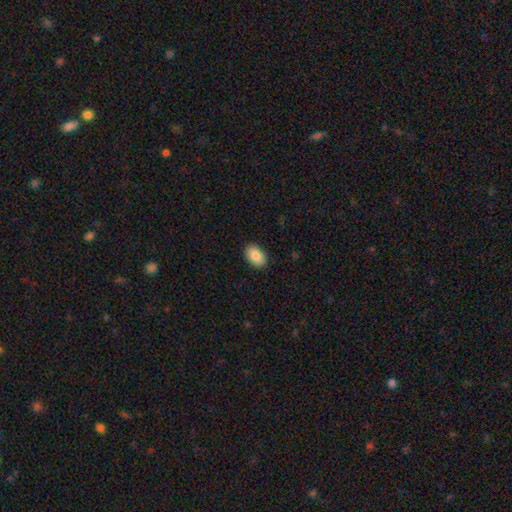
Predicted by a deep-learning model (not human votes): Smooth or featured?
  - smooth: 88% *
  - star or artifact: 7%
  - featured or disk: 5%
How rounded?
  - in between: 90% *
  - round: 9%
  - cigar-shaped: 1%
Merging?
  - none: 90% *
  - minor disturbance: 8%
  - major disturbance: 2%
  - merger: 1%